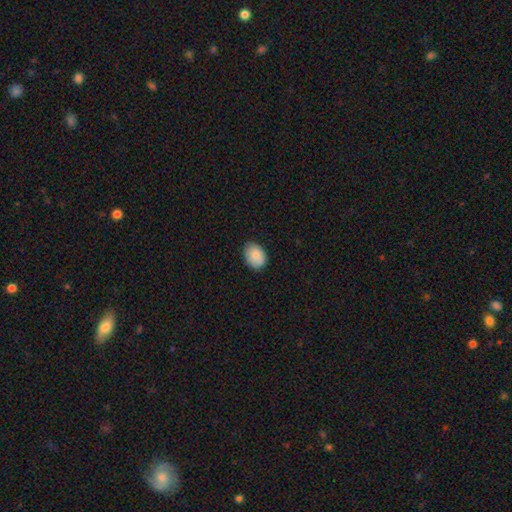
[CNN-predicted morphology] Smooth or featured? Predicted: smooth (p=0.85). How rounded? Predicted: in between (p=0.67). Merging? Predicted: none (p=0.83).